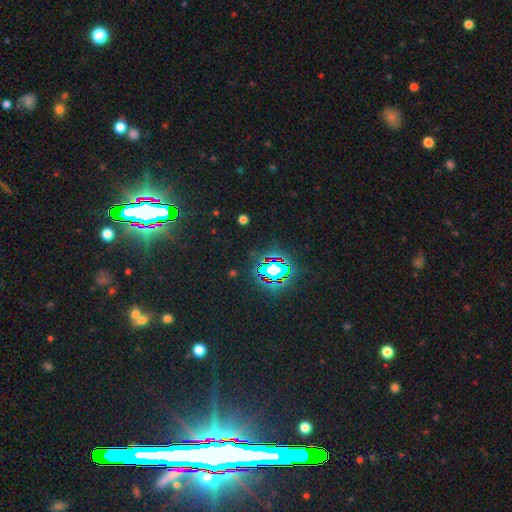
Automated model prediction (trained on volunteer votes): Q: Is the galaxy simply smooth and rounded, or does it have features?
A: star or artifact — 82%.